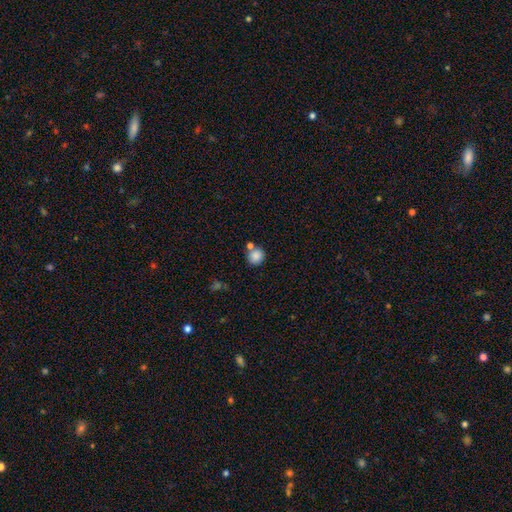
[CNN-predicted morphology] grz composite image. It shows a smooth galaxy with no disk features (85%) that is round (85%). Merging: none (66%).